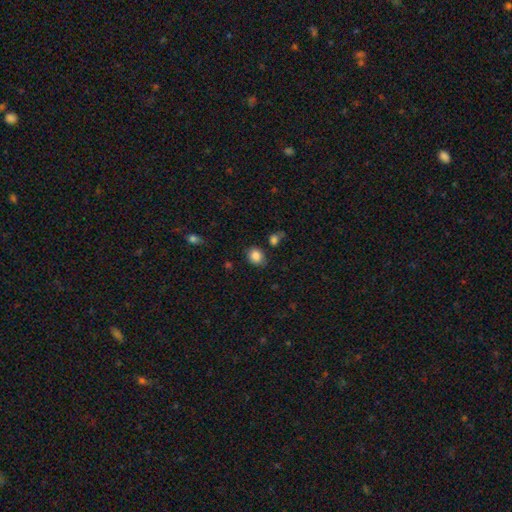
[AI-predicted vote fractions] This appears to be a smooth galaxy with no disk features (85%) that is round (60%). Merging: none (77%).